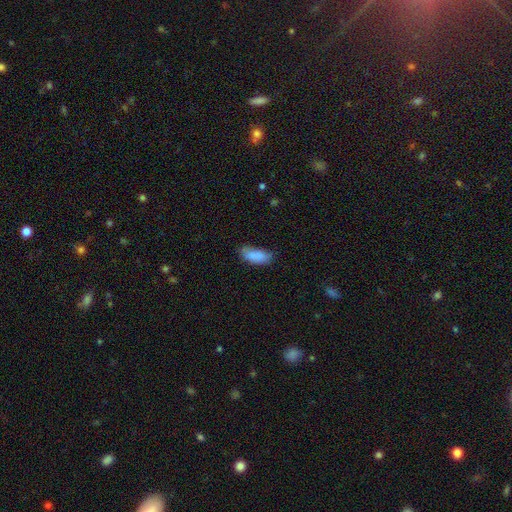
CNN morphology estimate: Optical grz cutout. It shows a smooth galaxy with no disk features (85%) that is in between round and cigar-shaped (85%). Merging: none (59%).